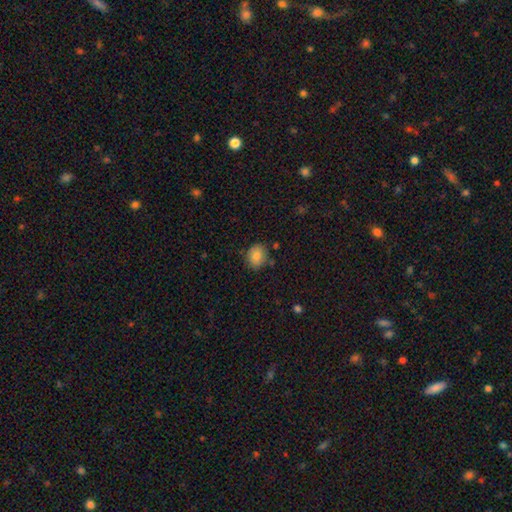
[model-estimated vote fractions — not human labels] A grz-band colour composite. It shows a smooth galaxy with no disk features (83%) that is round (53%). Merging: none (78%).